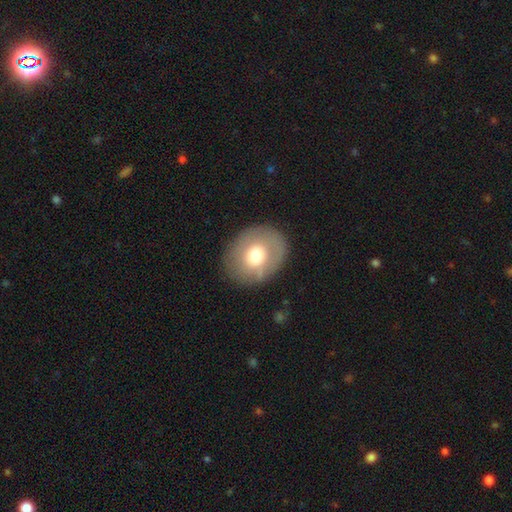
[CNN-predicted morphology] A smooth galaxy with no disk features (66%) that is round (59%). Merging: none (81%).